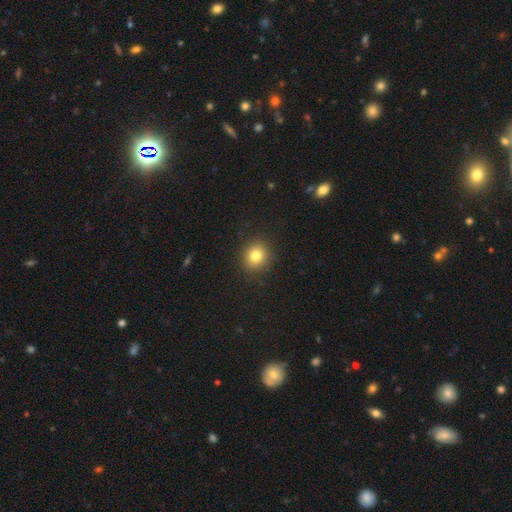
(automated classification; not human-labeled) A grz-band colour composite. It shows a smooth galaxy with no disk features (81%) that is round (81%). Merging: none (90%).